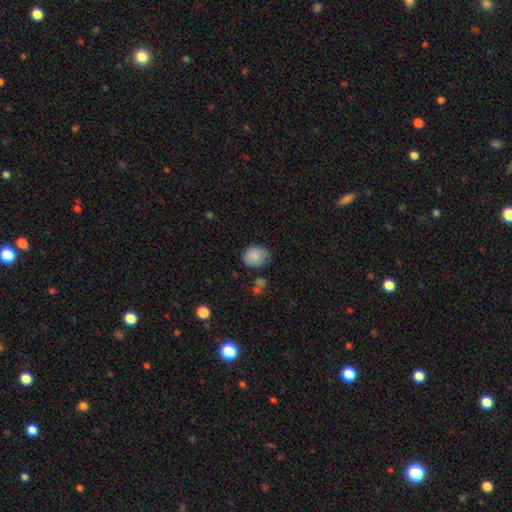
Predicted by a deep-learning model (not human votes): smooth_or_featured: smooth (p=0.86) [alt: star or artifact p=0.08]
how_rounded: round (p=0.55) [alt: in between p=0.44]
merging: none (p=0.71) [alt: minor disturbance p=0.21]